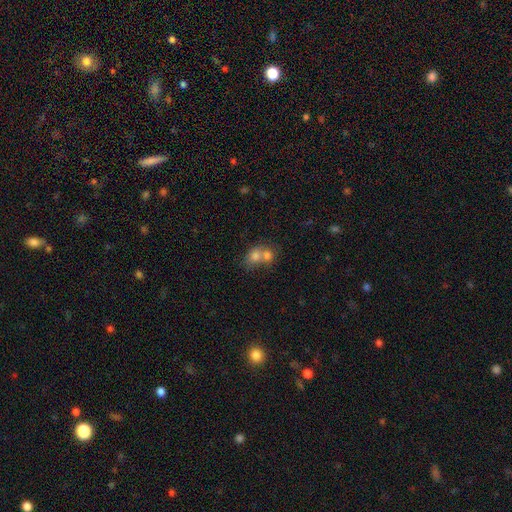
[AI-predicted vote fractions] Smooth or featured? smooth (74%)
How rounded? round (53%)
Merging? merger (68%)